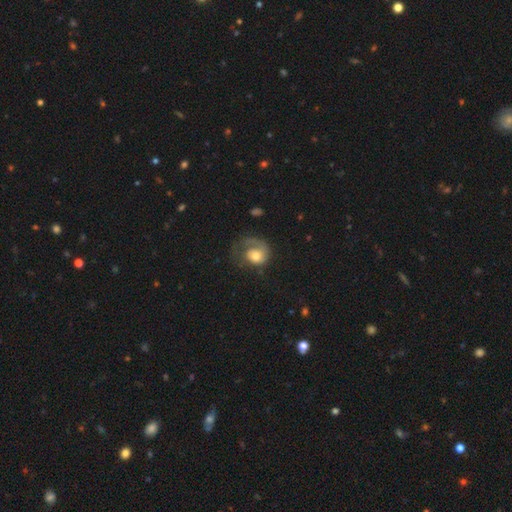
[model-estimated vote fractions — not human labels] Overall: featured or disk (53%; smooth 40%). Edge-on disk: no (97%). Bar: no (79%). Spiral arms: yes (81%). Bulge size: moderate (59%; large 20%). Merging: major disturbance (41%; none 38%).